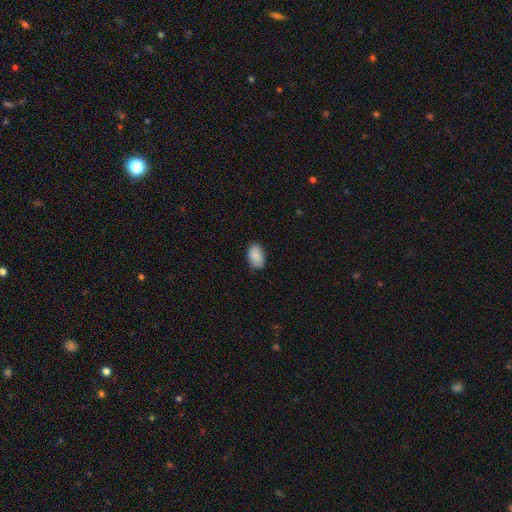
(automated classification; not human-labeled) A smooth galaxy with no disk features (89%) that is in between round and cigar-shaped (93%). Merging: none (83%).